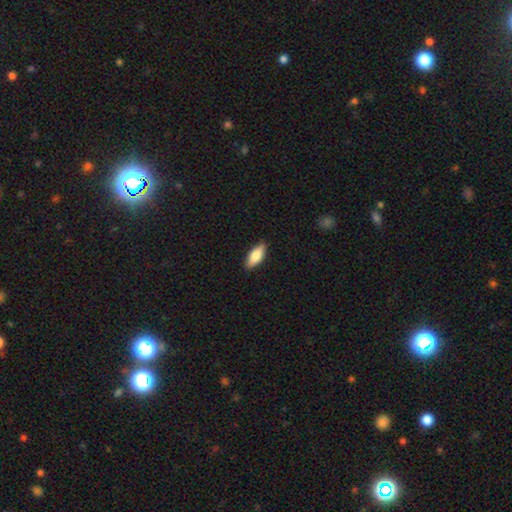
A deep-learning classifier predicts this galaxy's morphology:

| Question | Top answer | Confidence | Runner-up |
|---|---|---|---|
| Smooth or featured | smooth | 77% | featured or disk (17%) |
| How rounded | in between | 79% | cigar-shaped (18%) |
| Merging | none | 88% | minor disturbance (9%) |